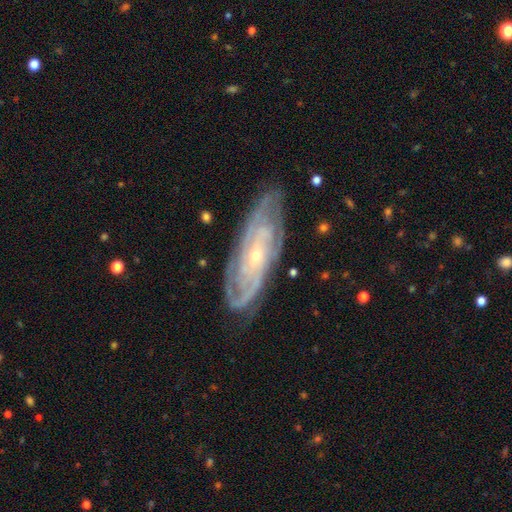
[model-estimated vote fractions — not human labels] featured or disk 88%, smooth 7%, star or artifact 5%. Down the decision tree: edge-on disk — no (89%); bar — no (68%); spiral arms — yes (97%); spiral arm count — can't tell (28%); spiral winding — tight (72%); bulge size — small (75%); merging — none (77%).